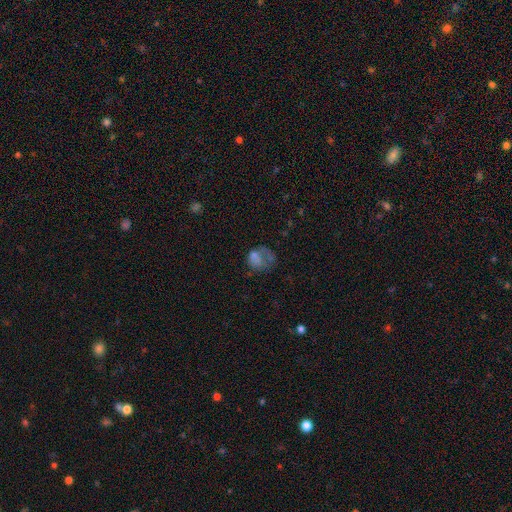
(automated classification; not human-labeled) A smooth galaxy with no disk features (54%) that is round (53%).

Vote fractions:
- Smooth or featured? smooth: 54% / featured or disk: 29% / star or artifact: 18%
- How rounded? round: 53% / in between: 45% / cigar-shaped: 1%
- Merging? major disturbance: 39% / none: 34% / minor disturbance: 20% / merger: 7%